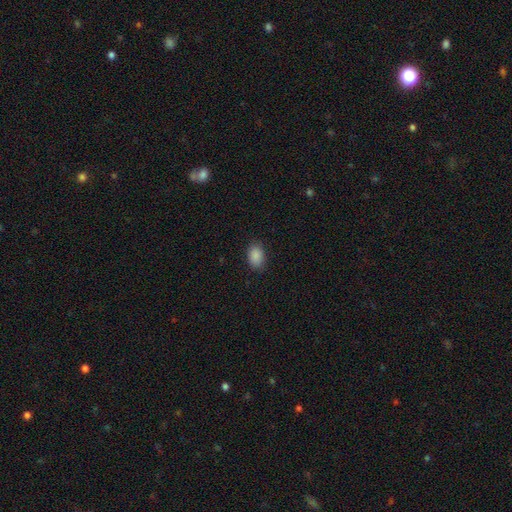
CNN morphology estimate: type=smooth (89%); roundness=in between (86%); merging=none (86%).